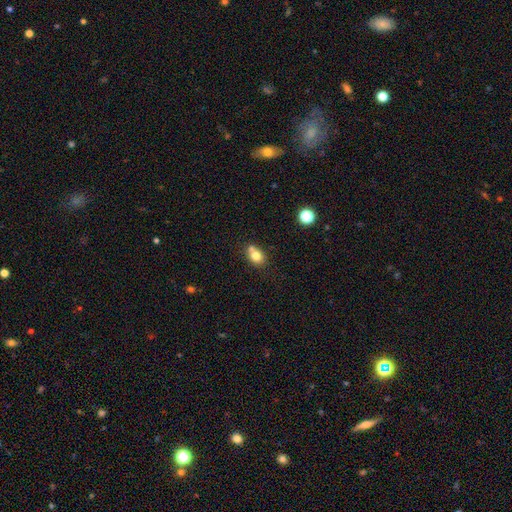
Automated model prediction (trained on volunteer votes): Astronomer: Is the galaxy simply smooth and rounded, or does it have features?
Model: smooth — 77%.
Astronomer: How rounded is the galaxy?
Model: in between — 54% (runner-up: round, 45%).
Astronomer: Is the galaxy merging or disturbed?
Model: none — 50% (runner-up: merger, 32%).